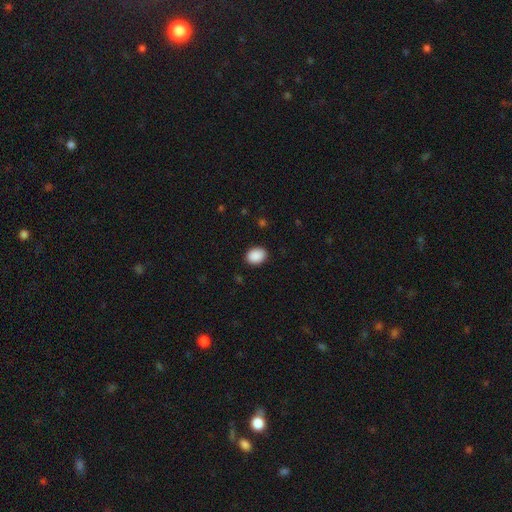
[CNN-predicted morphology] A smooth galaxy with no disk features (90%) that is in between round and cigar-shaped (65%). Merging: none (89%).